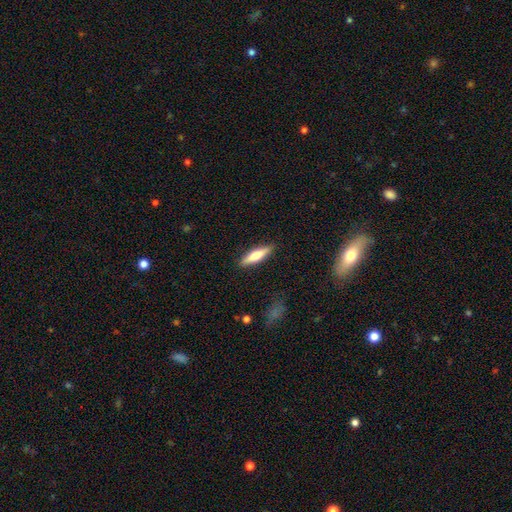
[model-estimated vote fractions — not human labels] This appears to be a smooth galaxy with no disk features (60%) that is cigar-shaped (72%). Merging: none (89%).